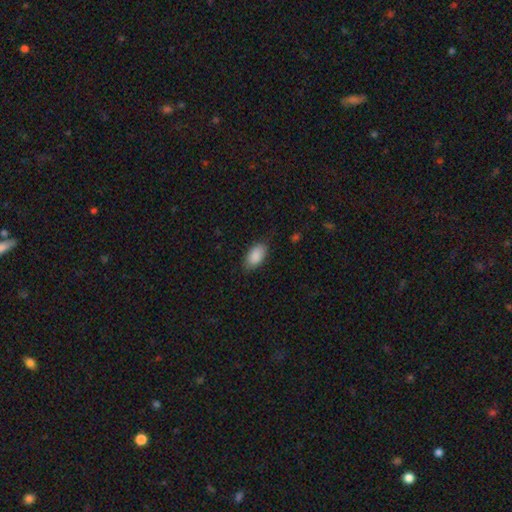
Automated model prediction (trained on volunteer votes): Overall: smooth (89%). How rounded: in between (93%). Merging: none (79%).